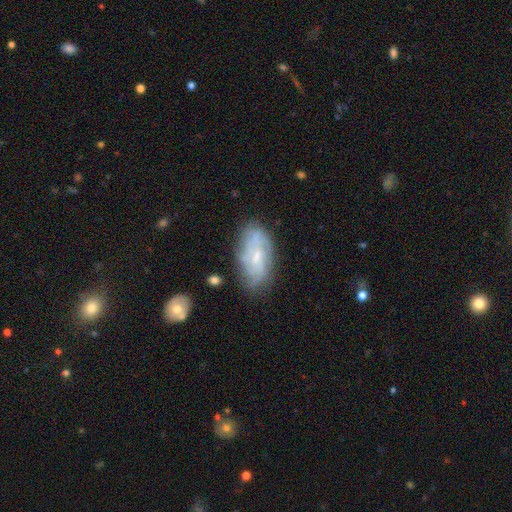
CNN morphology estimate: The model was most divided on "bar": no: 55%, weak: 38%, strong: 7%. More confident: edge-on disk — no (91%); spiral arms — yes (76%); merging — none (71%); bulge size — small (64%); smooth or featured — featured or disk (61%).